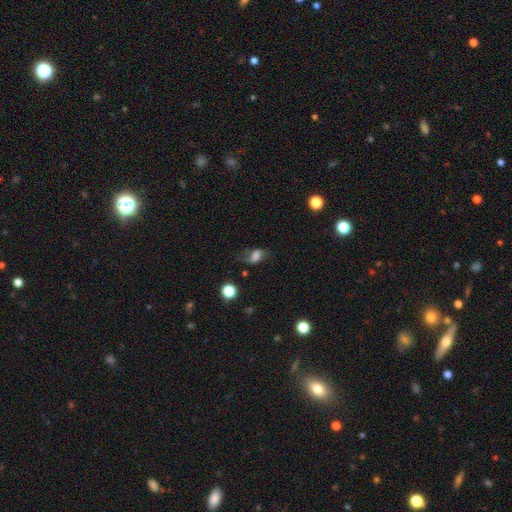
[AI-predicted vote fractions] smooth-or-featured: smooth: 55% | featured or disk: 30% | star or artifact: 14%
  how-rounded: in between: 73% | round: 24% | cigar-shaped: 3%
  merging: none: 44% | minor disturbance: 28% | major disturbance: 25% | merger: 3%